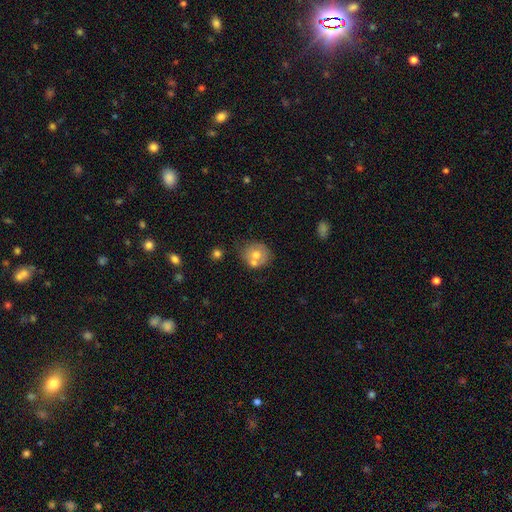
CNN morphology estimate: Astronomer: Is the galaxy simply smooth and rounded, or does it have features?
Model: smooth — 64%.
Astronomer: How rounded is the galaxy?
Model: round — 76%.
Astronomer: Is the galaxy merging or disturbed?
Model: none — 54%.